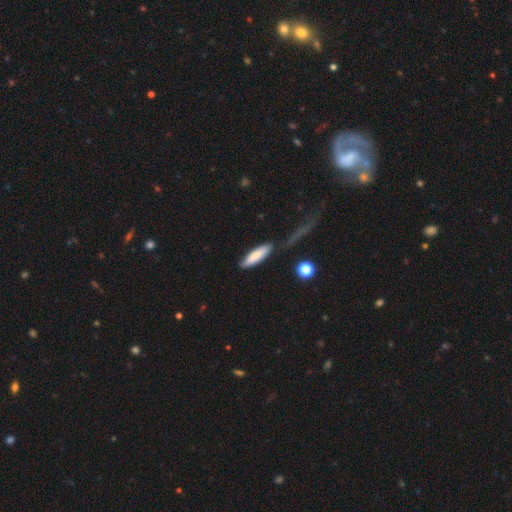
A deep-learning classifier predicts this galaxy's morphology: smooth-or-featured: smooth: 78% | featured or disk: 16% | star or artifact: 6%
  how-rounded: cigar-shaped: 61% | in between: 37% | round: 2%
  merging: none: 74% | minor disturbance: 16% | major disturbance: 5% | merger: 5%